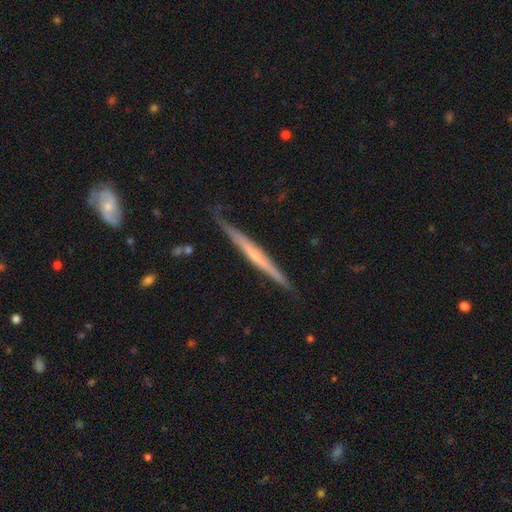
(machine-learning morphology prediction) smooth-or-featured: featured or disk: 67% | smooth: 28% | star or artifact: 5%
  disk-edge-on: yes: 97% | no: 3%
    edge-on-bulge: none: 58% | rounded: 37% | boxy: 5%
  merging: none: 81% | minor disturbance: 15% | major disturbance: 2% | merger: 2%